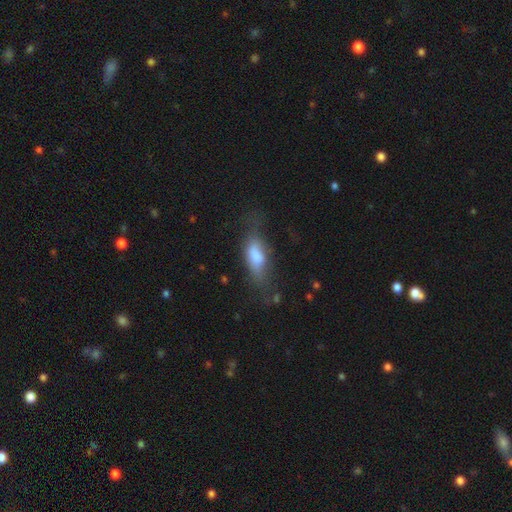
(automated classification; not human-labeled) Smooth or featured? Predicted: smooth (p=0.66). How rounded? Predicted: in between (p=0.72). Merging? Predicted: none (p=0.43).